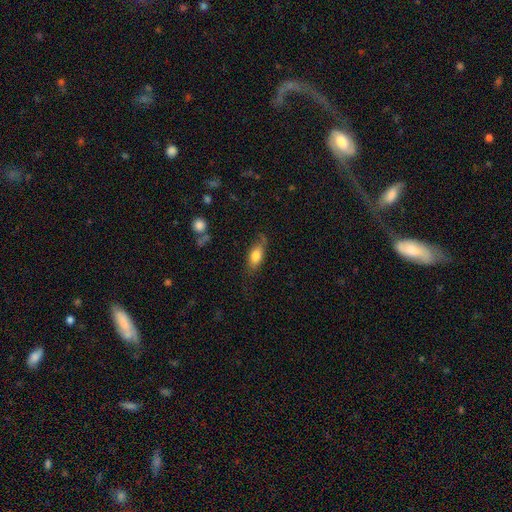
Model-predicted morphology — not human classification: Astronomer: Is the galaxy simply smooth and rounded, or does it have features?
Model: smooth — 73%.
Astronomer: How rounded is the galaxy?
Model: in between — 81%.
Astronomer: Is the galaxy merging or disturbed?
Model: none — 60%.